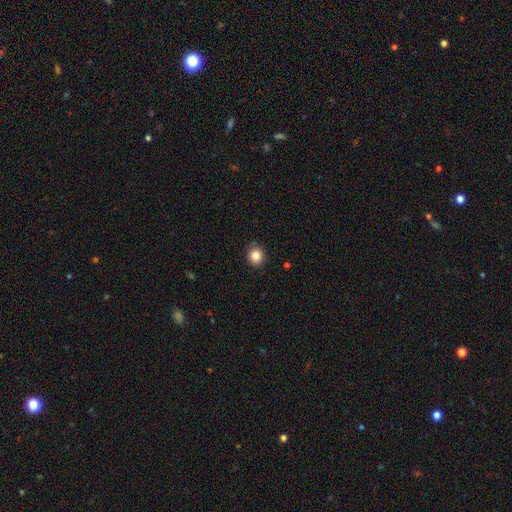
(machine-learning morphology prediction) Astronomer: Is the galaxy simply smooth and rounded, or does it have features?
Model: smooth — 85%.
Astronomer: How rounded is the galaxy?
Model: round — 84%.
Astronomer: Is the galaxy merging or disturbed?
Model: none — 89%.